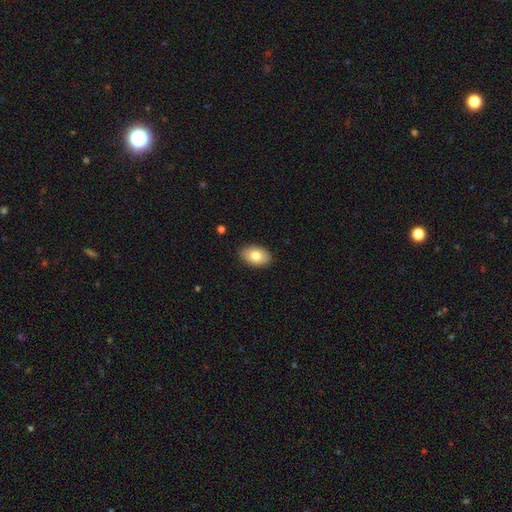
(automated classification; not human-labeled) smooth_or_featured: smooth (p=0.79) [alt: featured or disk p=0.14]
how_rounded: in between (p=0.89) [alt: round p=0.10]
merging: none (p=0.88) [alt: minor disturbance p=0.09]